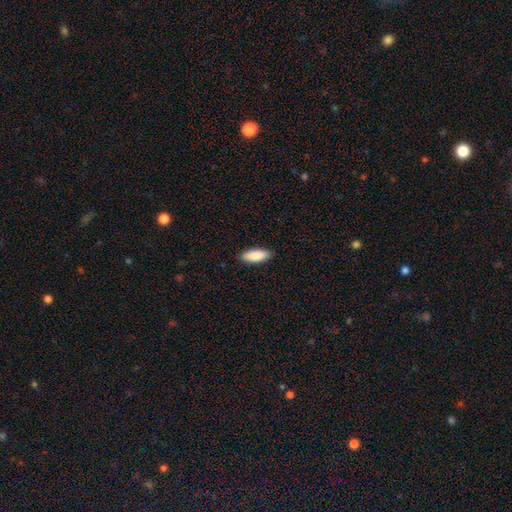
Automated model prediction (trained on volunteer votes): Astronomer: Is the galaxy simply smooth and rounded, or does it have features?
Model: smooth — 89%.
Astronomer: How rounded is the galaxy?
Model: in between — 71%.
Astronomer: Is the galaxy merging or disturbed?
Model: none — 89%.